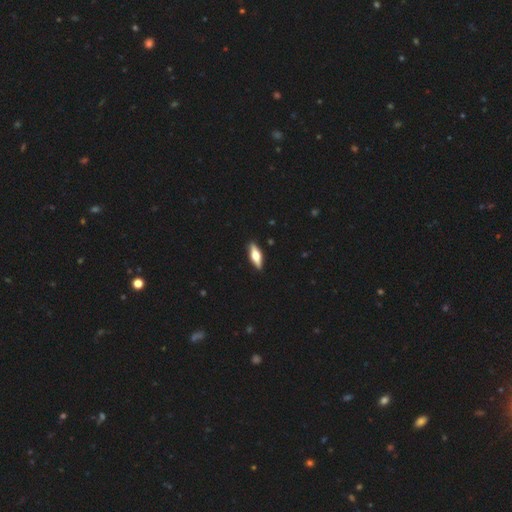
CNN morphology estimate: smooth-or-featured: featured or disk: 53% | smooth: 42% | star or artifact: 6%
  disk-edge-on: yes: 94% | no: 6%
  merging: none: 90% | minor disturbance: 7% | major disturbance: 1% | merger: 1%